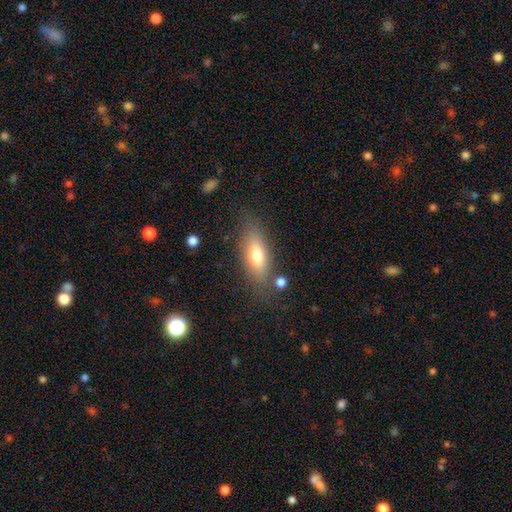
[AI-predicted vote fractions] smooth_or_featured: smooth (p=0.71) [alt: featured or disk p=0.21]
how_rounded: in between (p=0.70) [alt: cigar-shaped p=0.27]
merging: none (p=0.76) [alt: minor disturbance p=0.15]